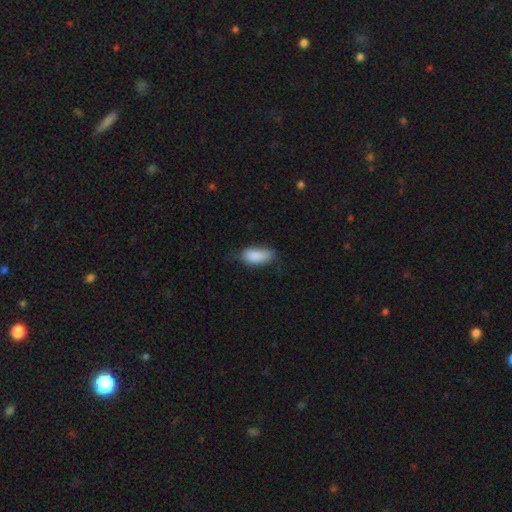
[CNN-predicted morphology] Q: Smooth or featured?
A: smooth (87%); runner-up: featured or disk (7%)
Q: How rounded?
A: in between (87%); runner-up: cigar-shaped (10%)
Q: Merging?
A: none (56%); runner-up: minor disturbance (35%)